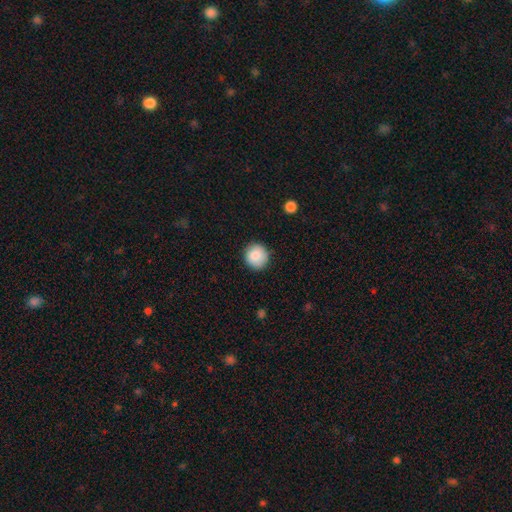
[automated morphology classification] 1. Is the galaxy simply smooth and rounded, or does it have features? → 87% smooth, 8% star or artifact, 6% featured or disk.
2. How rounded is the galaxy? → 93% round, 6% in between, 1% cigar-shaped.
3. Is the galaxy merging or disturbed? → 88% none, 9% minor disturbance, 2% major disturbance, 1% merger.